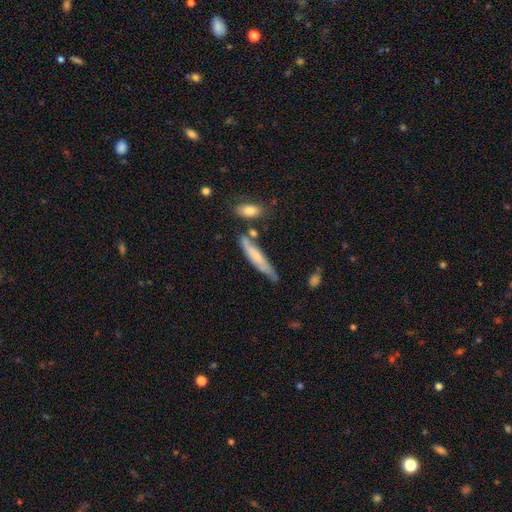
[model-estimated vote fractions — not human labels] smooth-or-featured: smooth: 56% | featured or disk: 38% | star or artifact: 6%
  how-rounded: cigar-shaped: 84% | in between: 15% | round: 2%
  merging: none: 58% | minor disturbance: 25% | merger: 10% | major disturbance: 6%